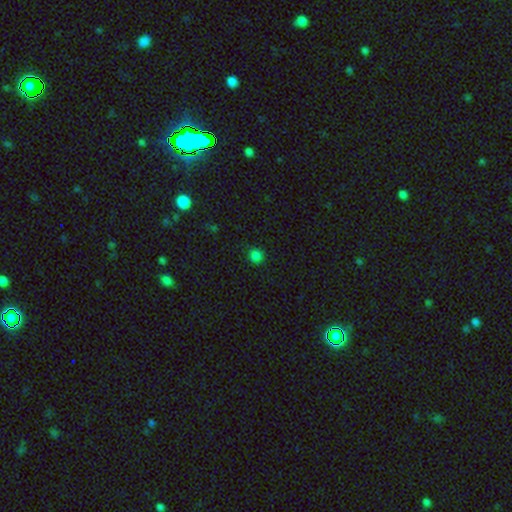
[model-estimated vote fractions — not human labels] This appears to be a smooth galaxy with no disk features (81%) that is round (92%). Merging: none (87%).